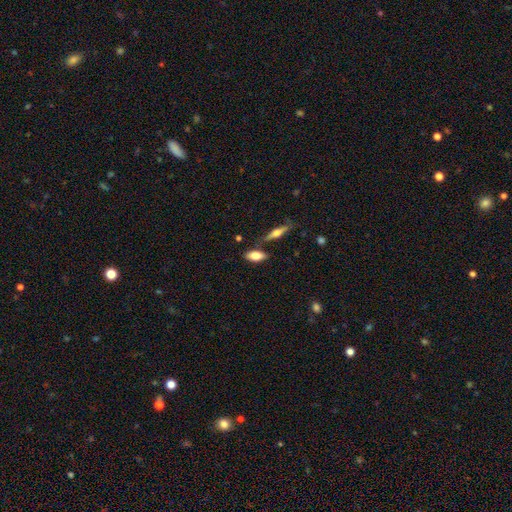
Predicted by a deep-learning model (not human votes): Smooth or featured? smooth (75%)
How rounded? in between (83%)
Merging? none (73%)